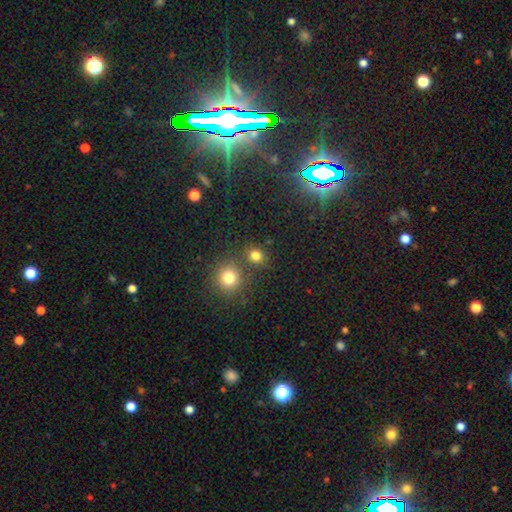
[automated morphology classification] Smooth or featured? Predicted: smooth (p=0.77). How rounded? Predicted: round (p=0.81). Merging? Predicted: none (p=0.73).